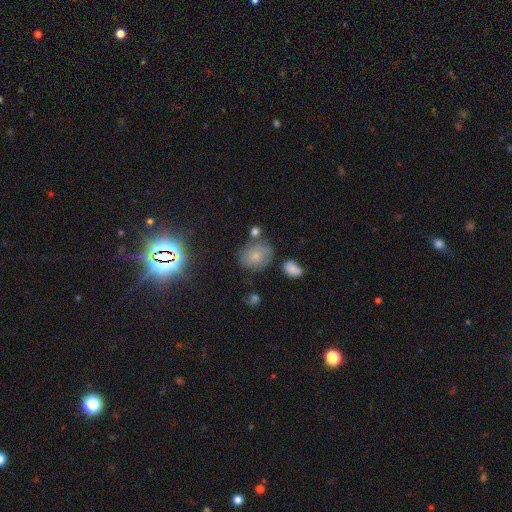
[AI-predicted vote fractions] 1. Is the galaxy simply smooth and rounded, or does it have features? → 69% smooth, 18% featured or disk, 13% star or artifact.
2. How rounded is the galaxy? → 52% round, 47% in between, 1% cigar-shaped.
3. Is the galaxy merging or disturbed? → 61% none, 22% minor disturbance, 9% merger, 8% major disturbance.